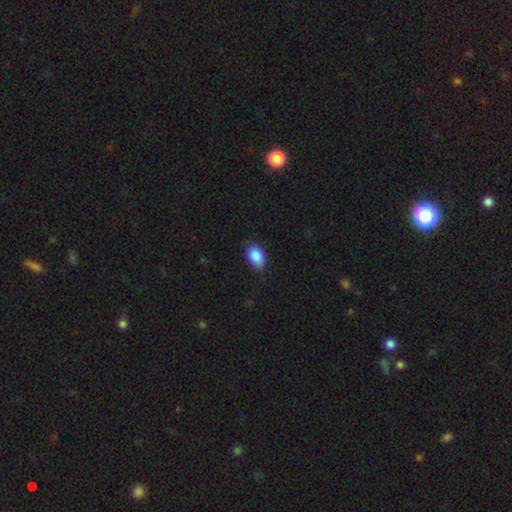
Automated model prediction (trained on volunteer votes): smooth_or_featured: smooth (p=0.88) [alt: star or artifact p=0.07]
how_rounded: in between (p=0.89) [alt: round p=0.10]
merging: none (p=0.79) [alt: minor disturbance p=0.17]